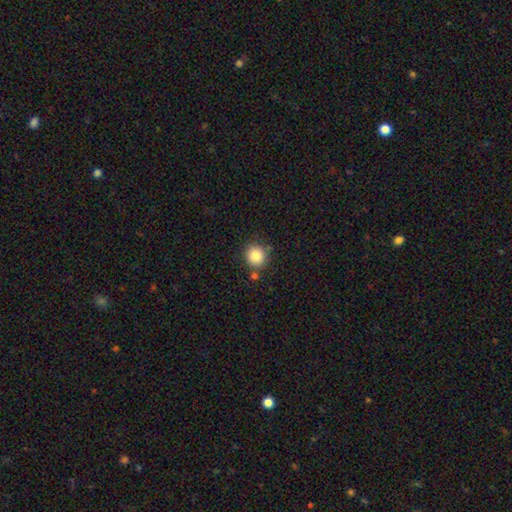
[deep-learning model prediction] smooth-or-featured: smooth: 85% | star or artifact: 10% | featured or disk: 5%
  how-rounded: round: 91% | in between: 8% | cigar-shaped: 1%
  merging: none: 80% | minor disturbance: 10% | merger: 7% | major disturbance: 3%